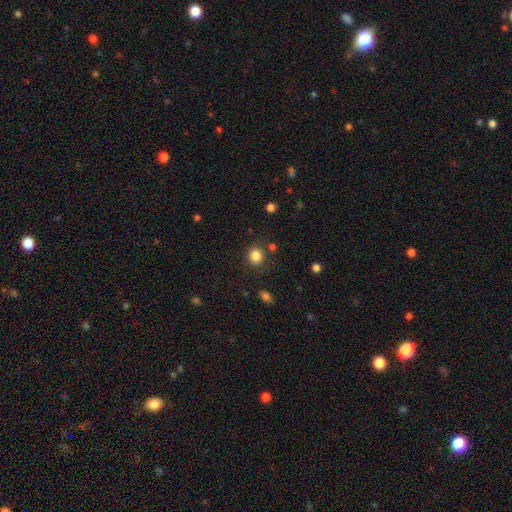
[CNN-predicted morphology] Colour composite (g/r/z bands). It shows a smooth galaxy with no disk features (85%) that is round (79%). Merging: none (84%).